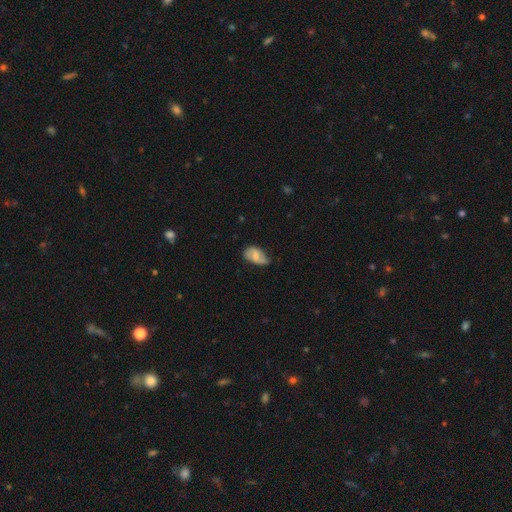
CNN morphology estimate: A smooth galaxy with no disk features (56%) that is in between round and cigar-shaped (91%). Merging: none (51%).